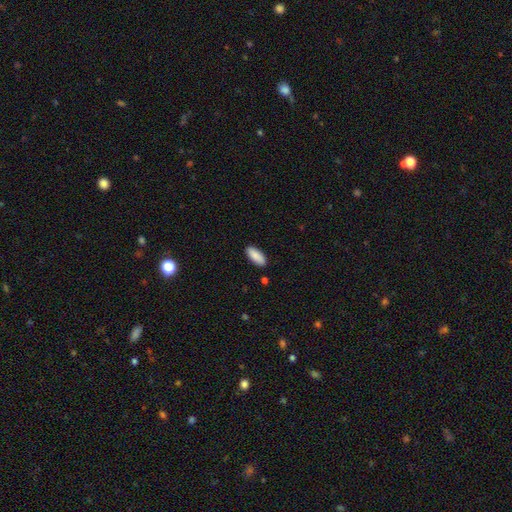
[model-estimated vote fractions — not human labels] Smooth or featured? Predicted: smooth (p=0.88). How rounded? Predicted: in between (p=0.80). Merging? Predicted: none (p=0.88).